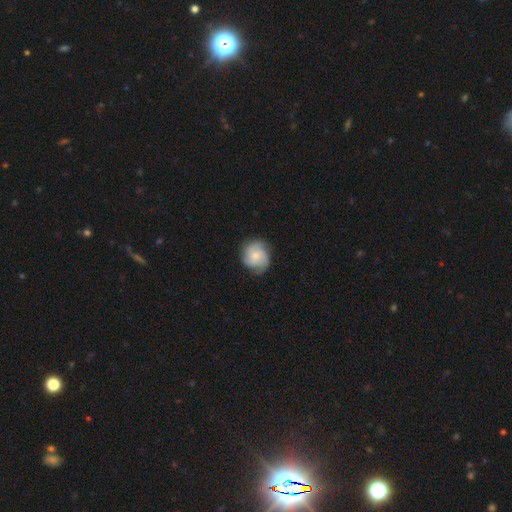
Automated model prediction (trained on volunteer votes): Smooth or featured? smooth (51%)
How rounded? round (83%)
Merging? none (74%)